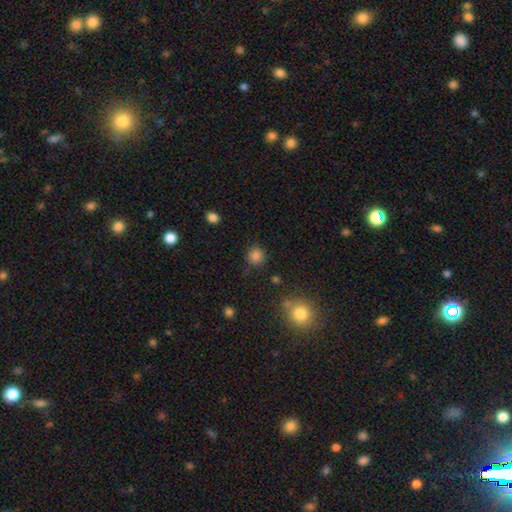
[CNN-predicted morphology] The model was most divided on "merging": none: 81%, minor disturbance: 12%, major disturbance: 4%, merger: 2%. More confident: how rounded — round (88%); smooth or featured — smooth (83%).